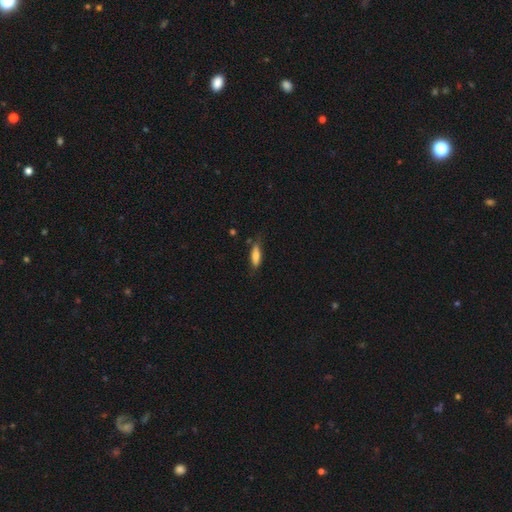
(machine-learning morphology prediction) This is likely a smooth galaxy (75%). How rounded: possibly in between (51%). Merging: likely none (72%).